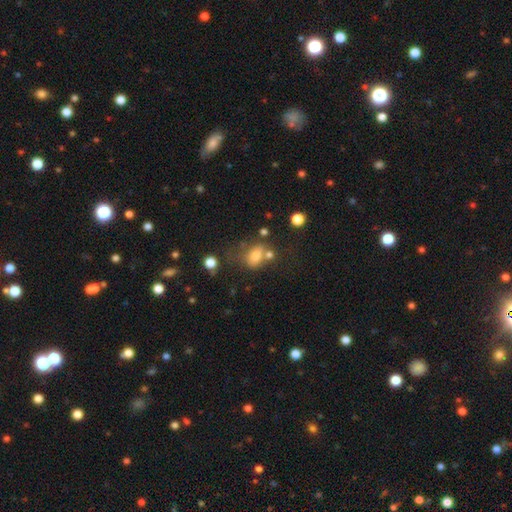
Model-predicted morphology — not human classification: Smooth or featured?
  - smooth: 75% *
  - star or artifact: 13%
  - featured or disk: 12%
How rounded?
  - in between: 71% *
  - round: 27%
  - cigar-shaped: 2%
Merging?
  - none: 41% *
  - merger: 23%
  - minor disturbance: 22%
  - major disturbance: 15%